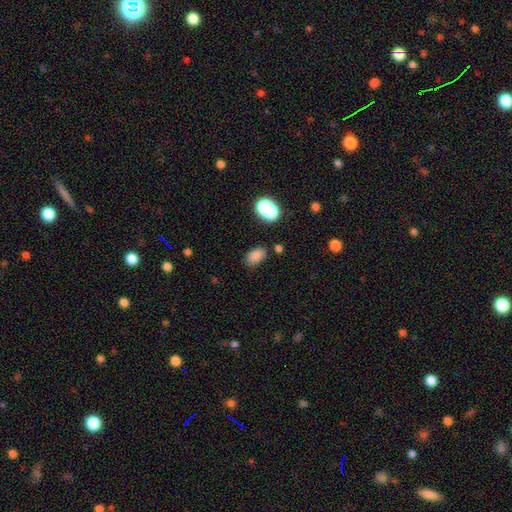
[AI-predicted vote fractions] The model was most divided on "merging": none: 76%, minor disturbance: 14%, merger: 6%, major disturbance: 4%. More confident: how rounded — in between (88%); smooth or featured — smooth (82%).